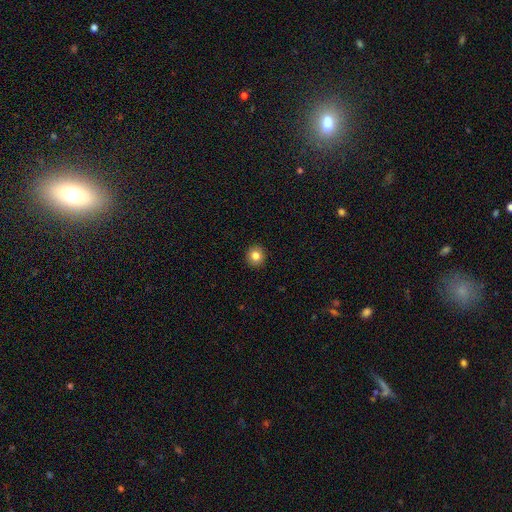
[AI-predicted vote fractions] Smooth or featured: smooth — 83% (star or artifact — 10%)
How rounded: round — 92% (in between — 7%)
Merging: none — 93% (minor disturbance — 5%)